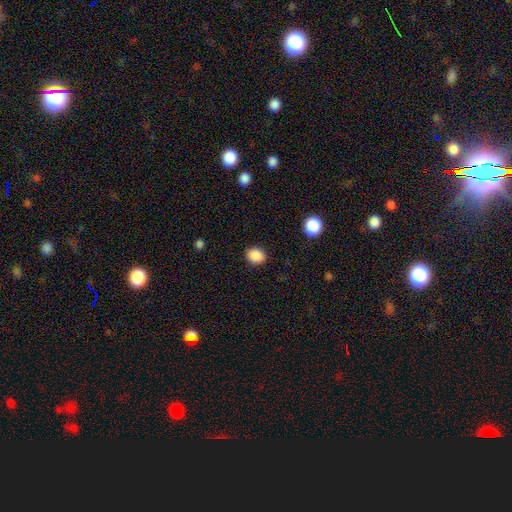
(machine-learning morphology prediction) Smooth or featured: smooth — 88% (star or artifact — 9%)
How rounded: round — 60% (in between — 39%)
Merging: none — 90% (minor disturbance — 7%)